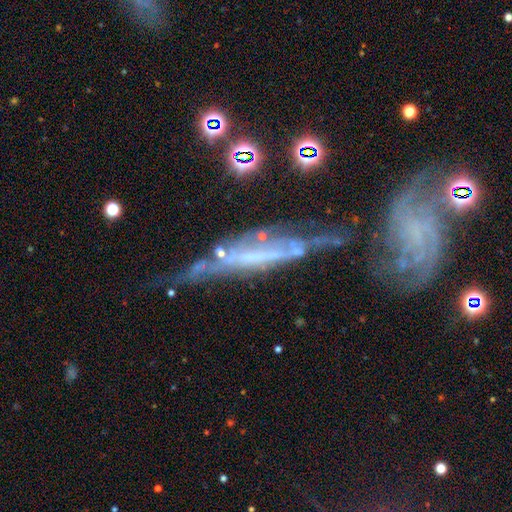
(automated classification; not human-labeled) Smooth or featured? featured or disk (71%)
Edge-on disk? yes (52%)
Merging? none (38%)